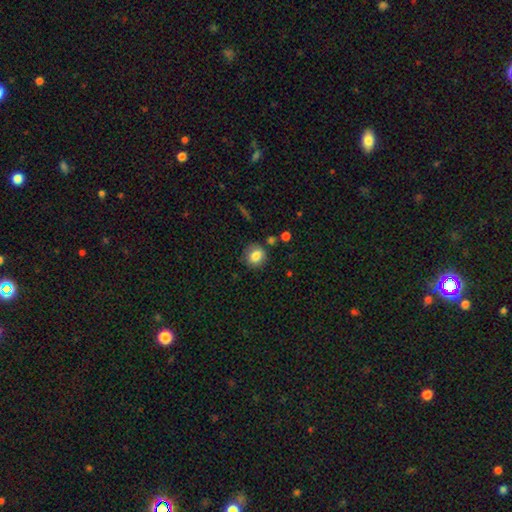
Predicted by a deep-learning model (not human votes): Smooth or featured? smooth (83%)
How rounded? round (75%)
Merging? none (77%)